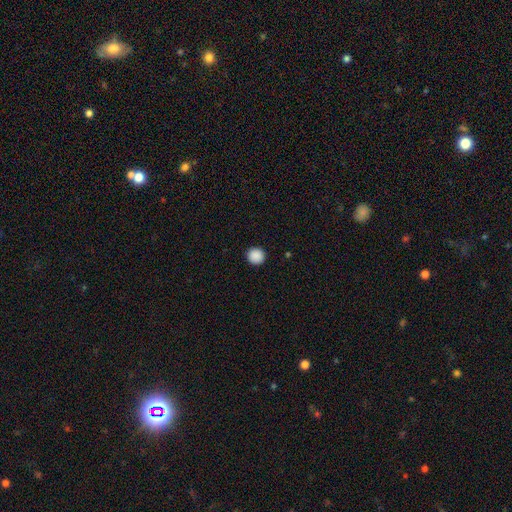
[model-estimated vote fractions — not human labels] smooth-or-featured: smooth: 89% | star or artifact: 9% | featured or disk: 2%
  how-rounded: round: 94% | in between: 5% | cigar-shaped: 1%
  merging: none: 93% | minor disturbance: 5% | major disturbance: 2% | merger: 1%